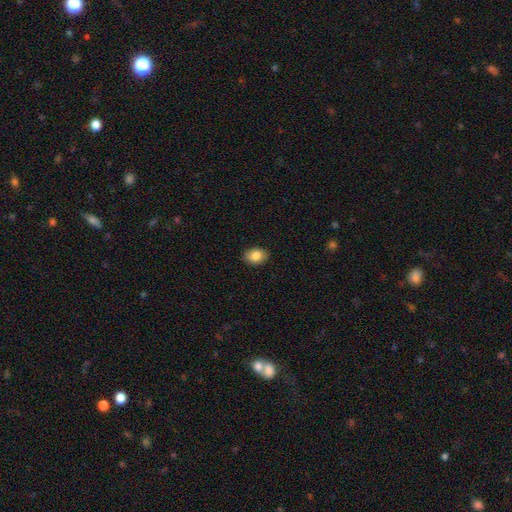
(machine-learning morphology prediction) Overall: smooth (85%). How rounded: in between (73%). Merging: none (88%).